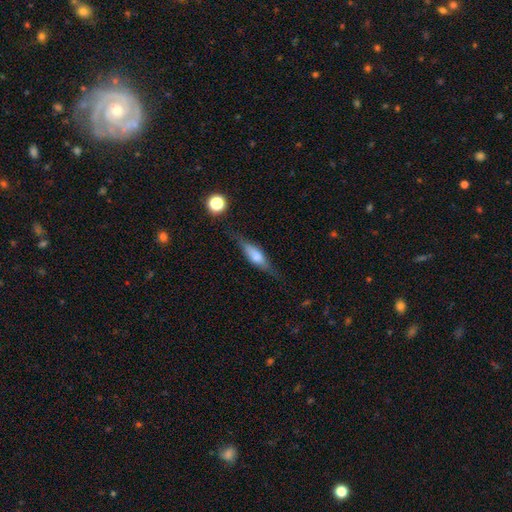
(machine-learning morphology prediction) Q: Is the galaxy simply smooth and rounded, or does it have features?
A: smooth — 52%.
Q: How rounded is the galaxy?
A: cigar-shaped — 57%.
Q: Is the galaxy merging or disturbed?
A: none — 74%.